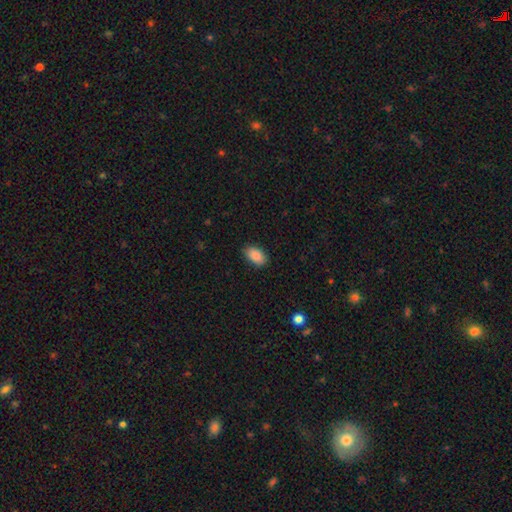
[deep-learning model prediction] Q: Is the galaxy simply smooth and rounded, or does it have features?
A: smooth — 89%.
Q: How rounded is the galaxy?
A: in between — 93%.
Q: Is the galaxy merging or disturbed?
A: none — 86%.